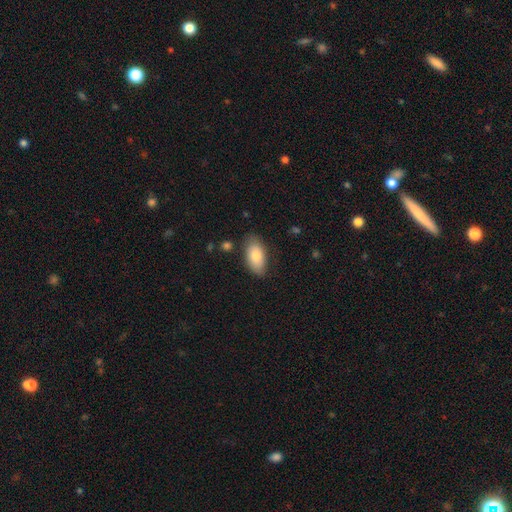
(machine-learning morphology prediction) Overall: smooth (80%). How rounded: in between (93%). Merging: none (80%).